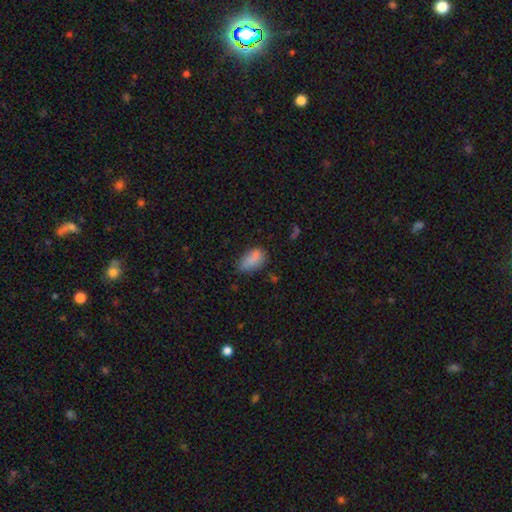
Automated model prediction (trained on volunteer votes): smooth-or-featured: smooth: 83% | star or artifact: 10% | featured or disk: 8%
  how-rounded: in between: 90% | cigar-shaped: 6% | round: 4%
  merging: none: 56% | minor disturbance: 30% | major disturbance: 9% | merger: 5%